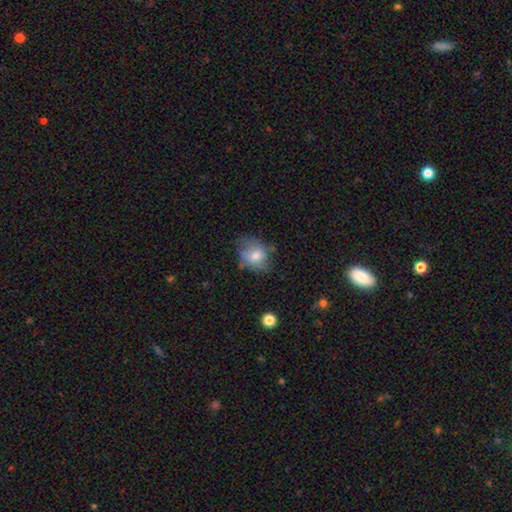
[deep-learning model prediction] smooth_or_featured: smooth (p=0.69) [alt: featured or disk p=0.21]
how_rounded: in between (p=0.59) [alt: round p=0.40]
merging: none (p=0.51) [alt: minor disturbance p=0.32]